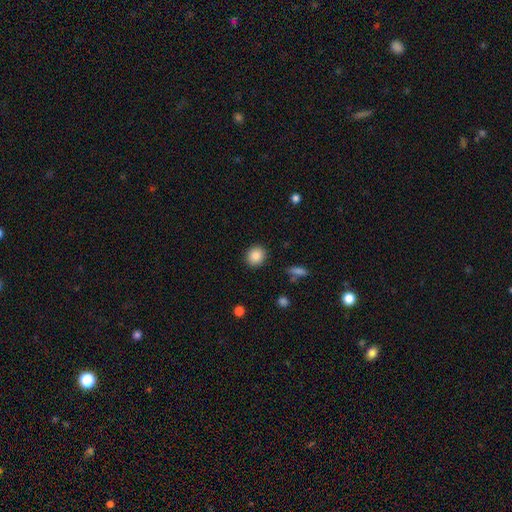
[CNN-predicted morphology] Overall: smooth (87%). How rounded: round (82%). Merging: none (90%).